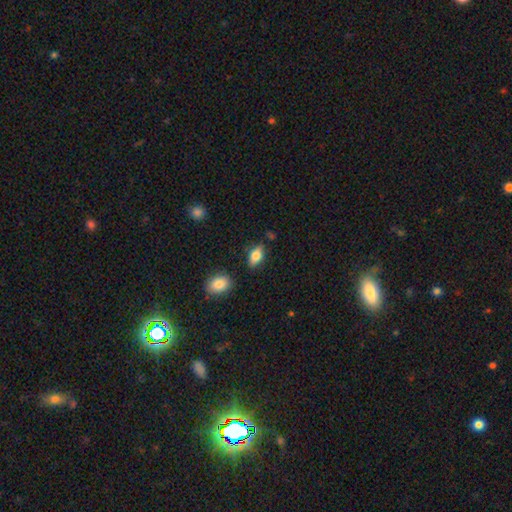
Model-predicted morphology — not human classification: smooth_or_featured: smooth (p=0.76) [alt: featured or disk p=0.17]
how_rounded: in between (p=0.87) [alt: cigar-shaped p=0.07]
merging: none (p=0.80) [alt: minor disturbance p=0.14]